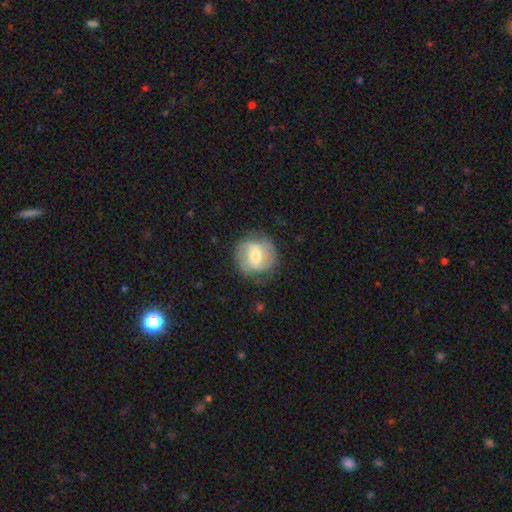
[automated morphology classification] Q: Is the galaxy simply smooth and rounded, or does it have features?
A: featured or disk — 64%.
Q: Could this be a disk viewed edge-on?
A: no — 97%.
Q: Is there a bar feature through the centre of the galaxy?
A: weak — 50%.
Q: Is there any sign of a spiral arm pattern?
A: yes — 85%.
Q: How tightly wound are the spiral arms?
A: medium — 45%.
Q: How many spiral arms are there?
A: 2 — 78%.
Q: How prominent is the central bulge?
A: moderate — 64%.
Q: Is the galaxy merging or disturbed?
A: none — 75%.